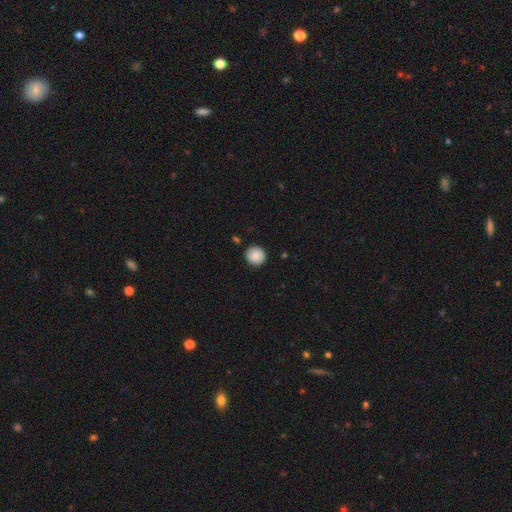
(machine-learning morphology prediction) Smooth or featured: smooth — 88% (star or artifact — 8%)
How rounded: round — 94% (in between — 5%)
Merging: none — 90% (minor disturbance — 7%)